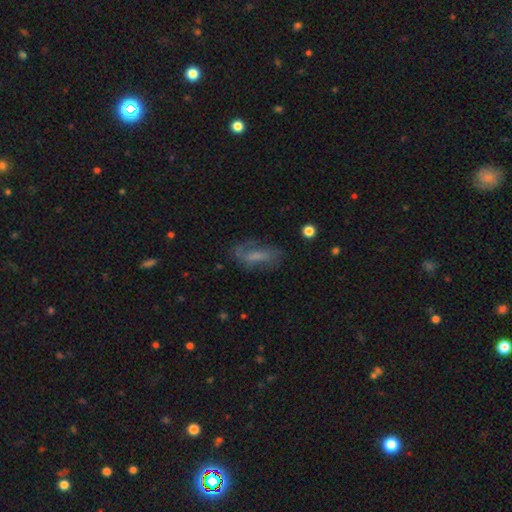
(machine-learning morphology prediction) smooth-or-featured: featured or disk: 48% | smooth: 40% | star or artifact: 12%
  merging: none: 56% | minor disturbance: 23% | major disturbance: 19% | merger: 3%